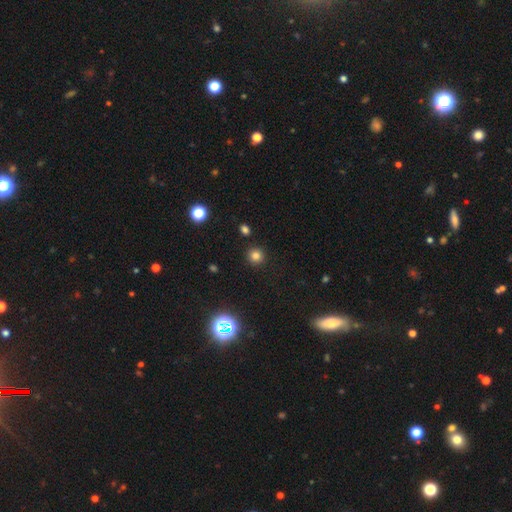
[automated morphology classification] This is likely a smooth galaxy (78%). How rounded: clearly round (94%). Merging: clearly none (90%).